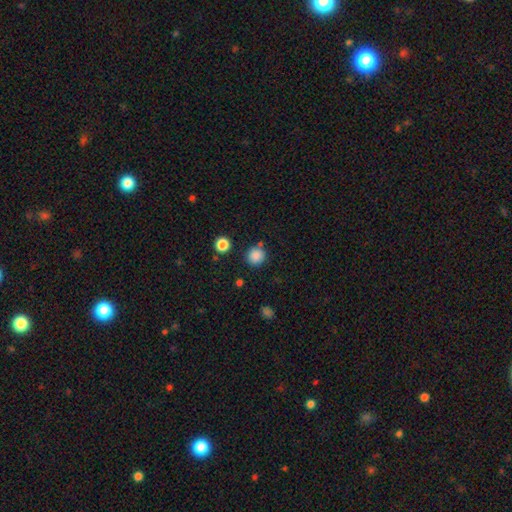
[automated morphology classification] Smooth or featured: smooth — 85% (star or artifact — 11%)
How rounded: round — 94% (in between — 5%)
Merging: none — 81% (minor disturbance — 9%)